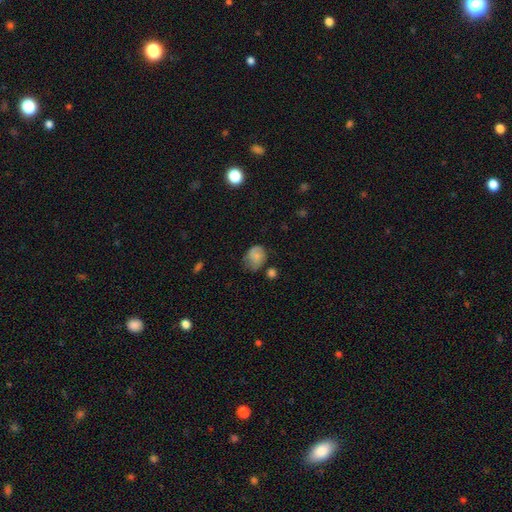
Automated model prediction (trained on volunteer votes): Overall: smooth (69%). How rounded: round (53%; in between 46%). Merging: none (44%; minor disturbance 36%).